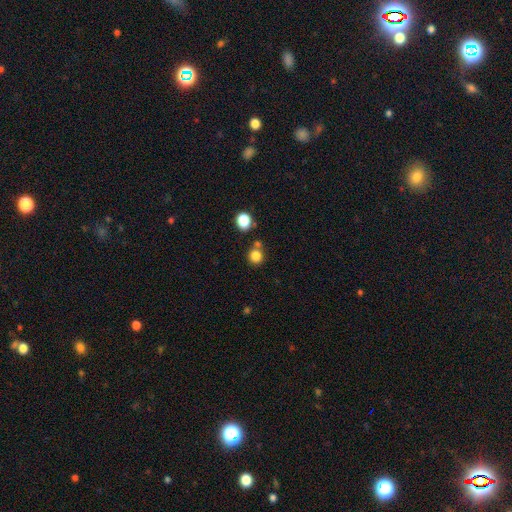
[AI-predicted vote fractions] This is clearly a smooth galaxy (83%). How rounded: clearly round (89%). Merging: likely none (71%).